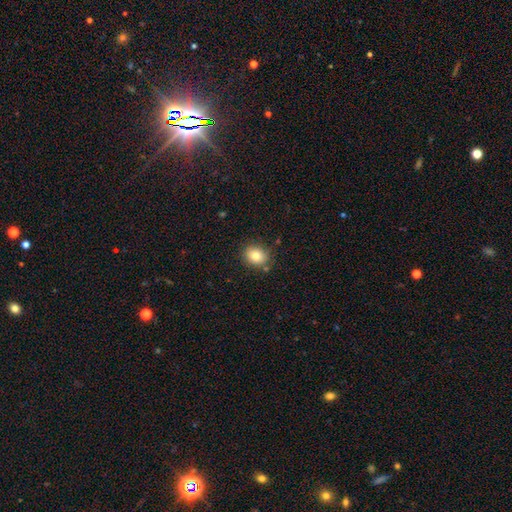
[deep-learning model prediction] Smooth or featured: smooth — 82% (star or artifact — 9%)
How rounded: round — 53% (in between — 46%)
Merging: none — 83% (minor disturbance — 11%)